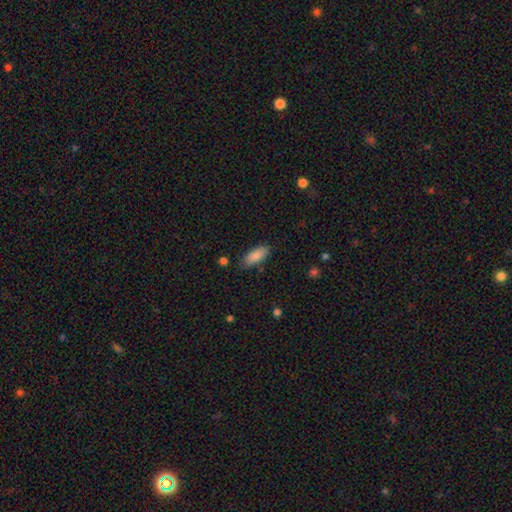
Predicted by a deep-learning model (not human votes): The model was most divided on "how rounded": in between: 78%, cigar-shaped: 20%, round: 2%. More confident: smooth or featured — smooth (86%); merging — none (84%).